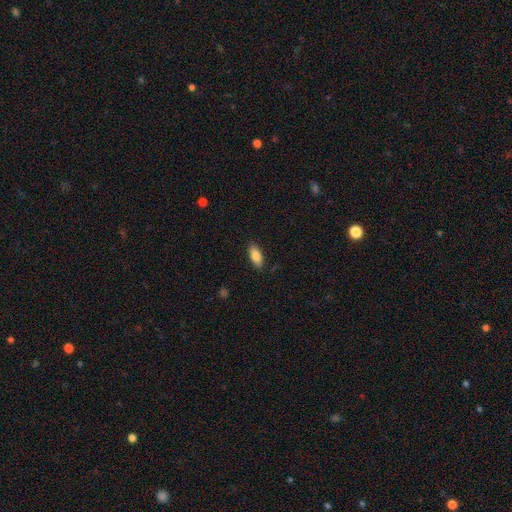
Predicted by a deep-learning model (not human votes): Smooth or featured? Predicted: smooth (p=0.85). How rounded? Predicted: in between (p=0.86). Merging? Predicted: none (p=0.86).